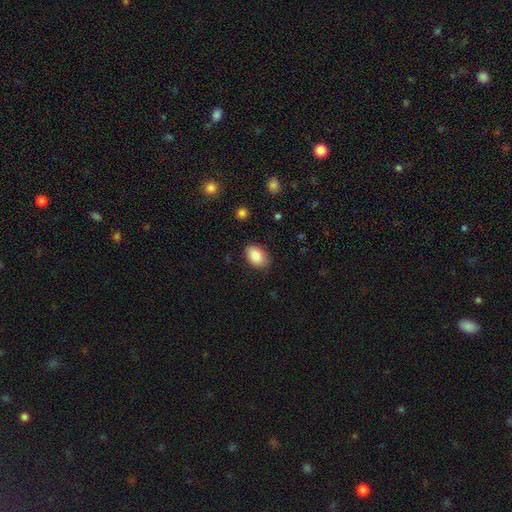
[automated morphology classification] Smooth or featured? Predicted: smooth (p=0.88). How rounded? Predicted: in between (p=0.87). Merging? Predicted: none (p=0.85).